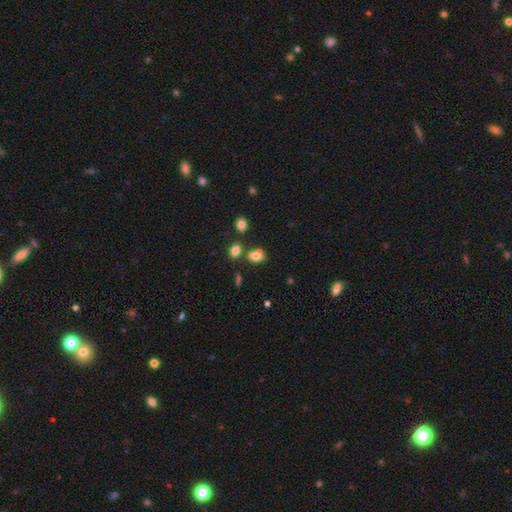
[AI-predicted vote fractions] A smooth galaxy with no disk features (76%) that is in between round and cigar-shaped (76%). Merging: none (56%).